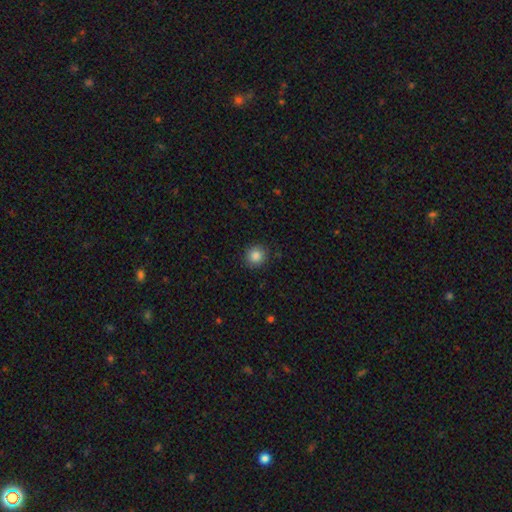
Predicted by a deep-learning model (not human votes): Q: Smooth or featured?
A: smooth (85%); runner-up: star or artifact (10%)
Q: How rounded?
A: round (91%); runner-up: in between (8%)
Q: Merging?
A: none (90%); runner-up: minor disturbance (7%)